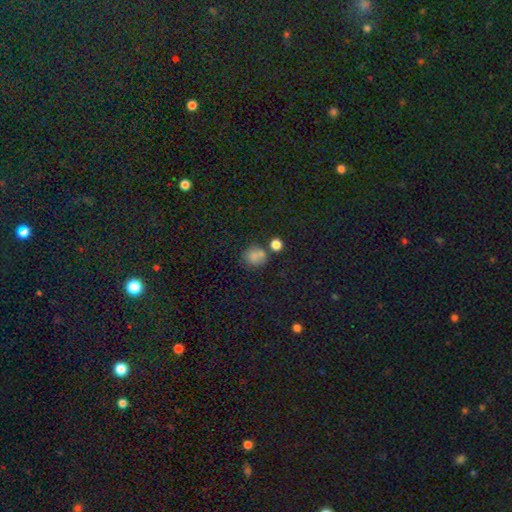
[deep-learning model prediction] Smooth or featured? smooth (78%)
How rounded? round (77%)
Merging? none (55%)